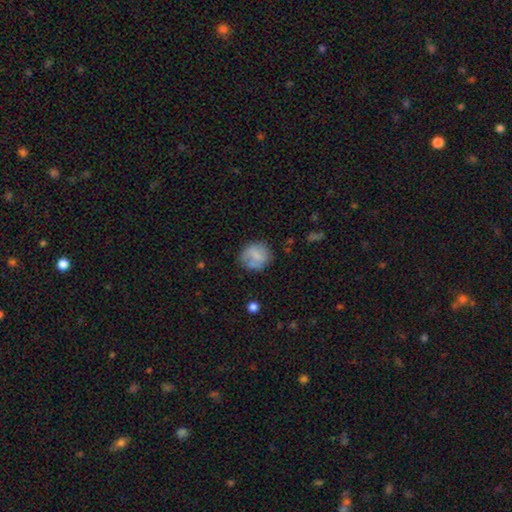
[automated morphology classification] The model was most divided on "merging": none: 65%, minor disturbance: 22%, major disturbance: 10%, merger: 3%. More confident: how rounded — round (81%); smooth or featured — smooth (70%).